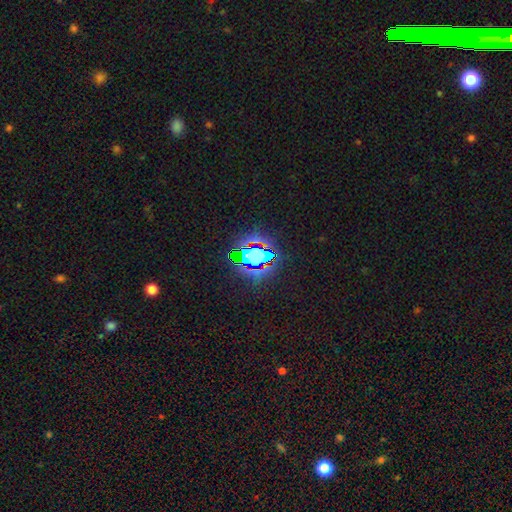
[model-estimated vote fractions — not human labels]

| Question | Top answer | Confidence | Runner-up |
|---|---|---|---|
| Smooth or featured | star or artifact | 61% | smooth (25%) |